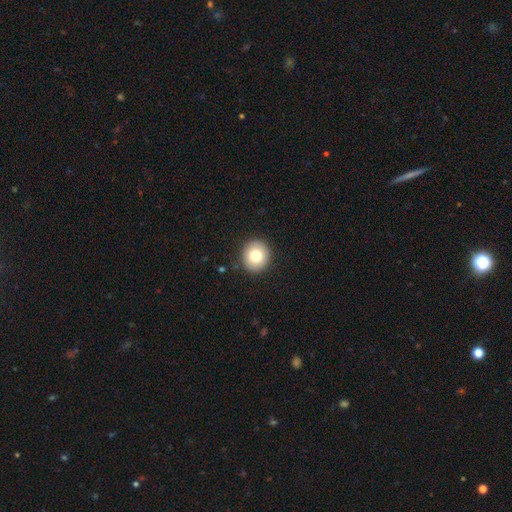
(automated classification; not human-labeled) A smooth galaxy with no disk features (80%) that is round (87%).

Vote fractions:
- Smooth or featured? smooth: 80% / featured or disk: 11% / star or artifact: 9%
- How rounded? round: 87% / in between: 12% / cigar-shaped: 1%
- Merging? none: 91% / minor disturbance: 6% / major disturbance: 2% / merger: 1%